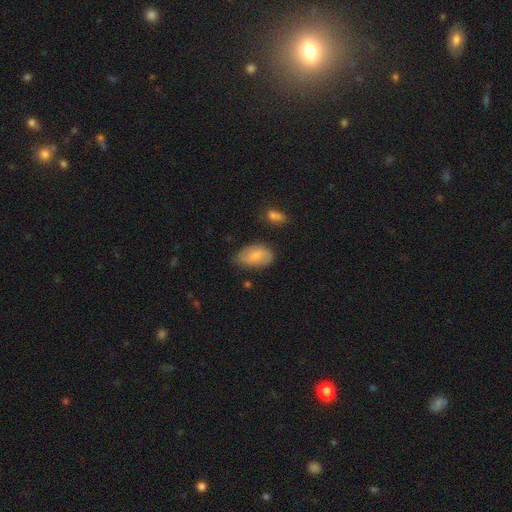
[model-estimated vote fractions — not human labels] smooth_or_featured: smooth (p=0.68) [alt: featured or disk p=0.25]
how_rounded: in between (p=0.92) [alt: round p=0.06]
merging: none (p=0.68) [alt: minor disturbance p=0.24]